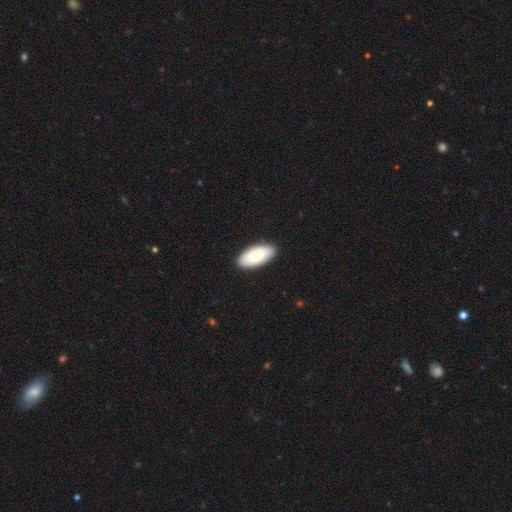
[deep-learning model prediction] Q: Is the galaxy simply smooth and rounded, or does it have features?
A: smooth — 79%.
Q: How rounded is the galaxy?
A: in between — 94%.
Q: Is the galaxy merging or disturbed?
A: none — 90%.